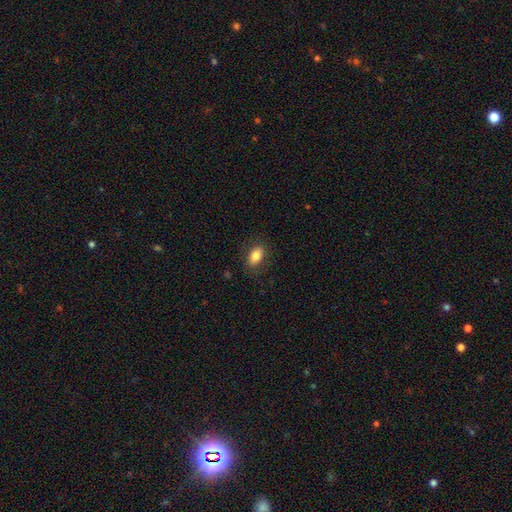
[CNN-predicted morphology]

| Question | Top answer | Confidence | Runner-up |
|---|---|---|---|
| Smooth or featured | smooth | 82% | featured or disk (9%) |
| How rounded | in between | 88% | round (10%) |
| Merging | none | 86% | minor disturbance (10%) |